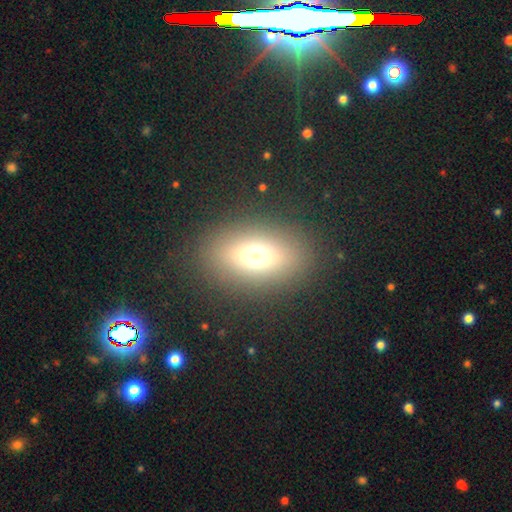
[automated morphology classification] Smooth or featured?
  - smooth: 69% *
  - featured or disk: 17%
  - star or artifact: 15%
How rounded?
  - in between: 80% *
  - round: 14%
  - cigar-shaped: 6%
Merging?
  - none: 86% *
  - minor disturbance: 8%
  - major disturbance: 5%
  - merger: 1%